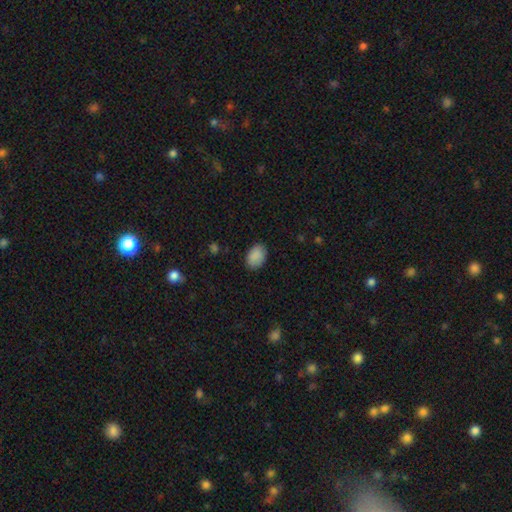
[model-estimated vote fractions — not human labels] smooth-or-featured: smooth: 89% | star or artifact: 7% | featured or disk: 4%
  how-rounded: in between: 84% | round: 15% | cigar-shaped: 1%
  merging: none: 85% | minor disturbance: 11% | major disturbance: 3% | merger: 1%